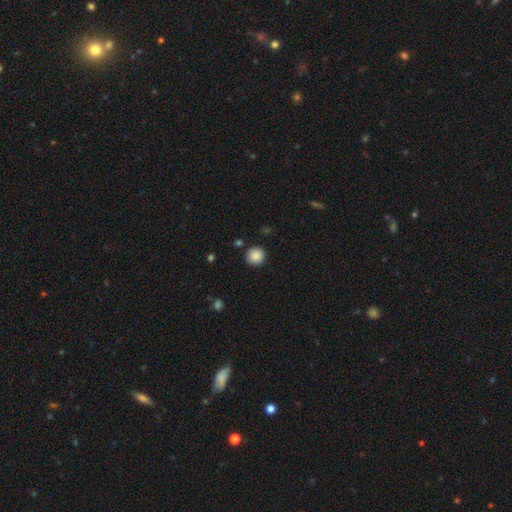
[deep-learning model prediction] Morphology: type=smooth (88%); roundness=round (94%); merging=none (89%).